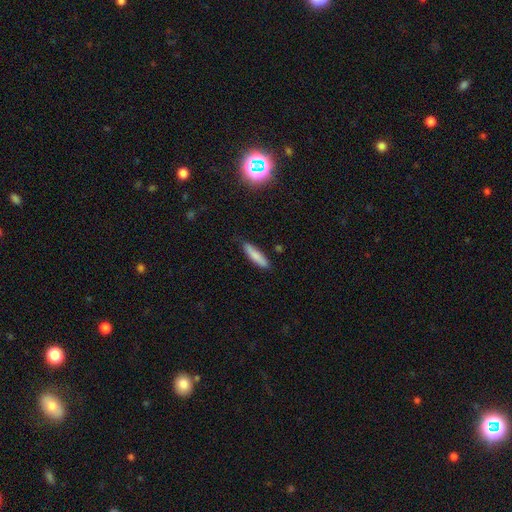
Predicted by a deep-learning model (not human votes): smooth_or_featured: smooth (p=0.81) [alt: featured or disk p=0.12]
how_rounded: cigar-shaped (p=0.79) [alt: in between p=0.20]
merging: none (p=0.81) [alt: minor disturbance p=0.15]